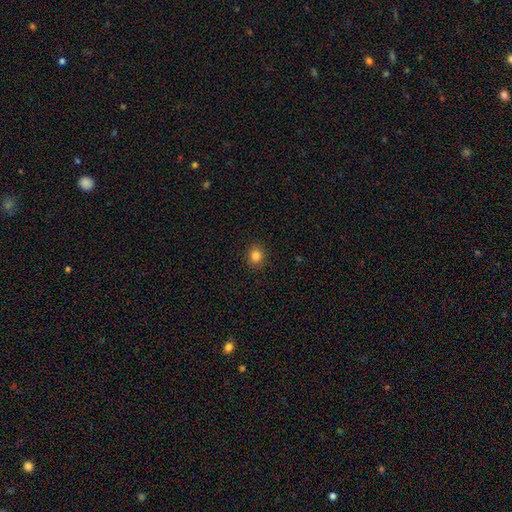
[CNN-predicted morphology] Smooth or featured? smooth (83%)
How rounded? round (82%)
Merging? none (92%)